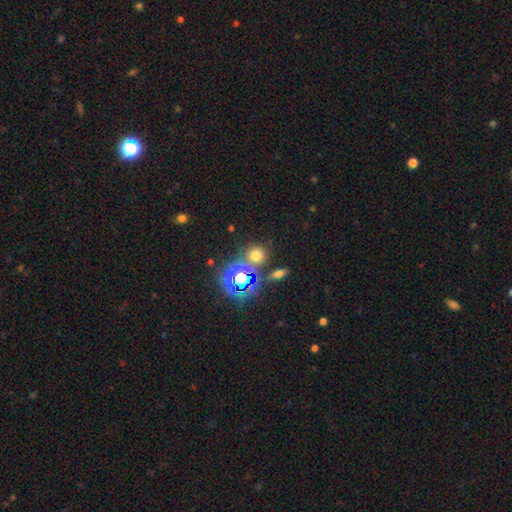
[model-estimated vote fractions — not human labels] The model was most divided on "smooth or featured": smooth: 59%, star or artifact: 33%, featured or disk: 8%. More confident: how rounded — round (87%); merging — none (78%).